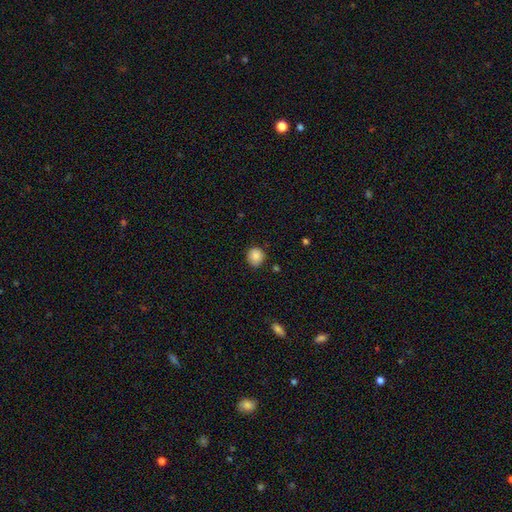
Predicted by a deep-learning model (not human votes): This appears to be a smooth galaxy with no disk features (86%) that is round (89%). Merging: none (82%).